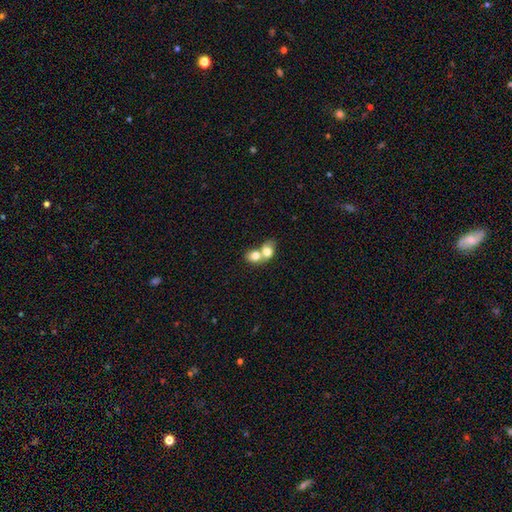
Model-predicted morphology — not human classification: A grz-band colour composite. It shows a smooth galaxy with no disk features (74%) that is round (54%). Merging: merger (77%).